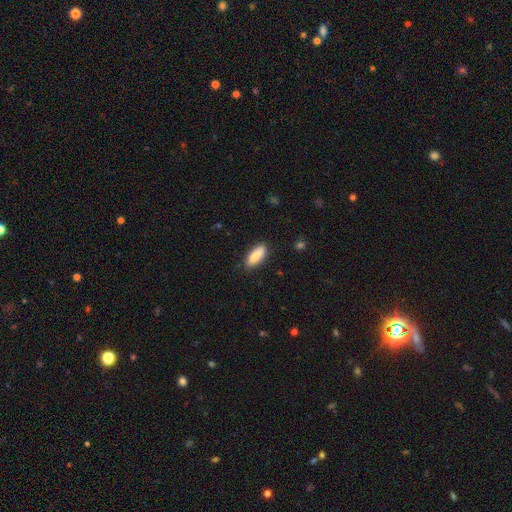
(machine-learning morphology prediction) The model was most divided on "how rounded": in between: 67%, cigar-shaped: 31%, round: 2%. More confident: smooth or featured — smooth (87%); merging — none (83%).